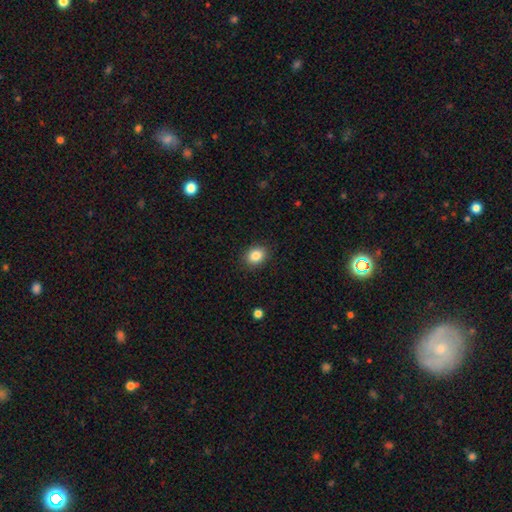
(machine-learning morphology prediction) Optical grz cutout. It shows a smooth galaxy with no disk features (84%) that is round (50%). Merging: none (89%).